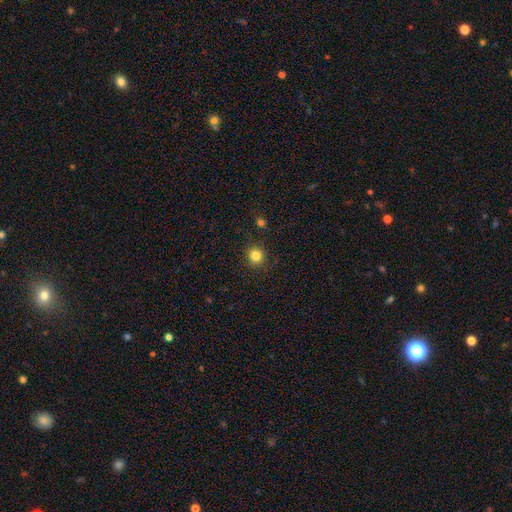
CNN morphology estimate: smooth 83%, star or artifact 12%, featured or disk 5%. Down the decision tree: how rounded — round (92%); merging — none (89%).